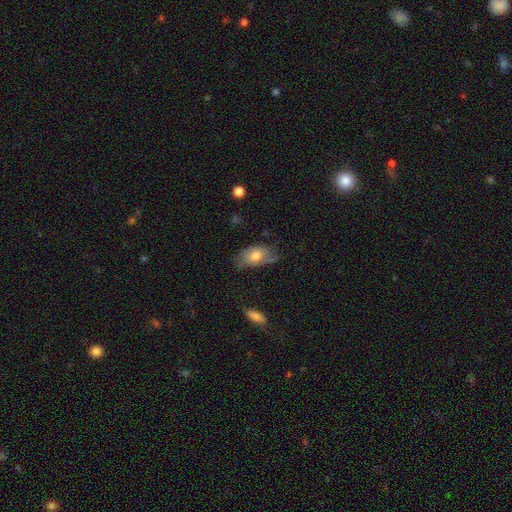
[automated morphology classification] A smooth galaxy with no disk features (58%) that is in between round and cigar-shaped (90%). Merging: none (53%).